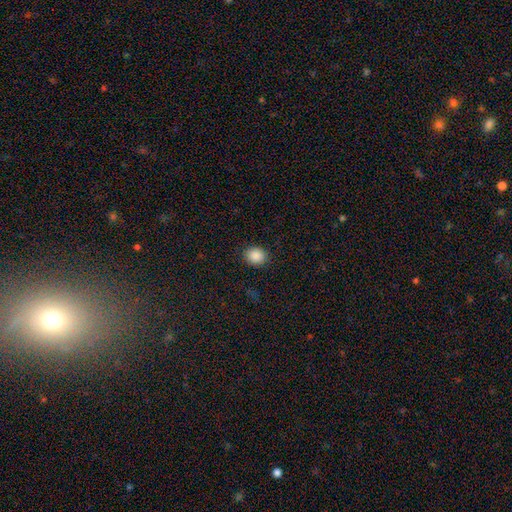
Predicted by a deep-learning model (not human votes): Smooth or featured? Predicted: smooth (p=0.88). How rounded? Predicted: round (p=0.68). Merging? Predicted: none (p=0.89).